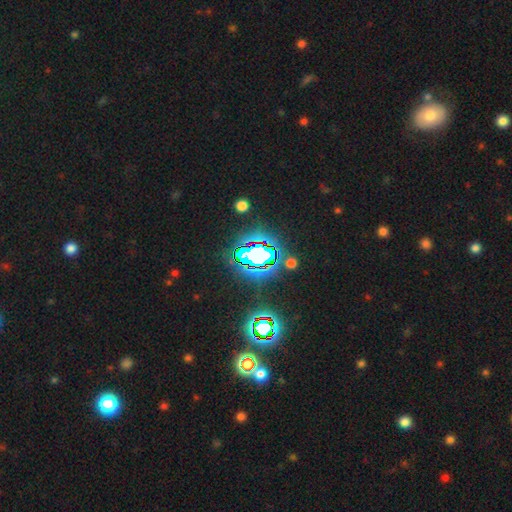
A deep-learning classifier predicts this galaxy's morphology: type=star or artifact (70%).